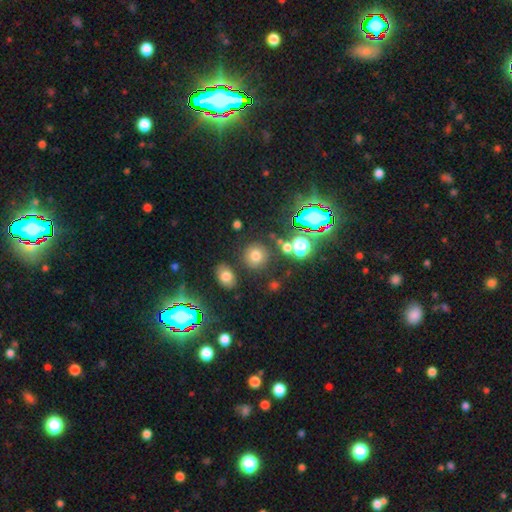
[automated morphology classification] Overall: smooth (69%). How rounded: round (88%). Merging: none (82%).